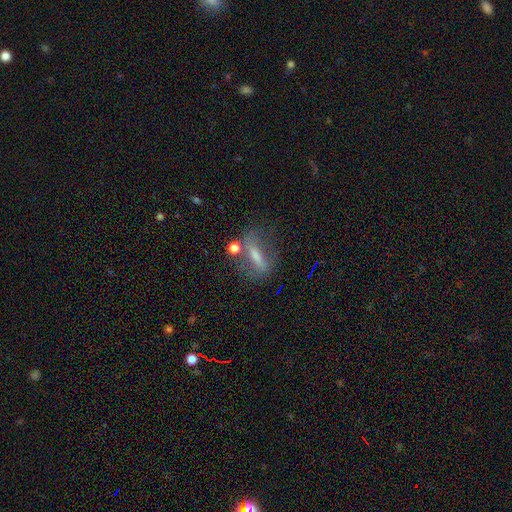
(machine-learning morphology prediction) type=featured or disk (43%, tied with smooth); merging=none (62%).